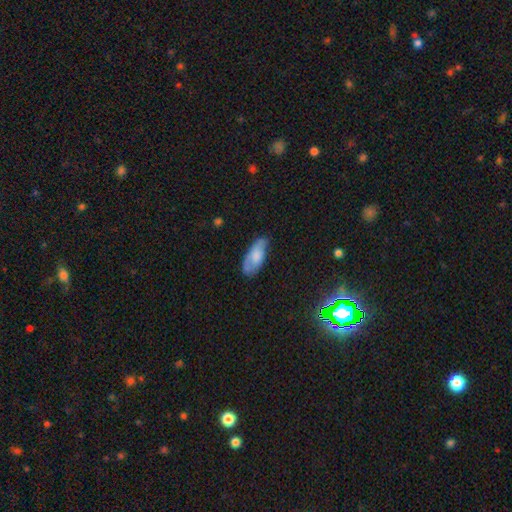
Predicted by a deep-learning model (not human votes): Overall: smooth (67%). How rounded: in between (81%). Merging: none (64%; minor disturbance 28%).